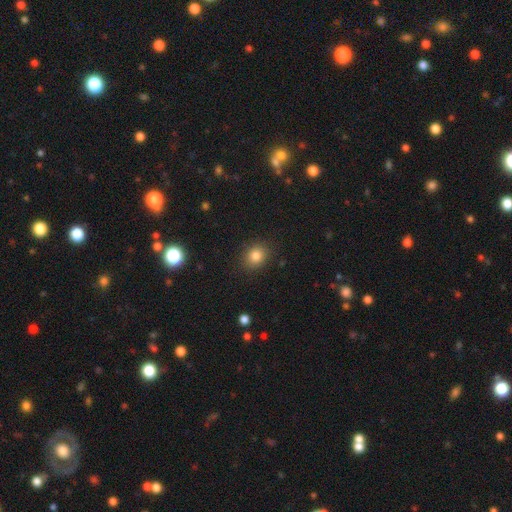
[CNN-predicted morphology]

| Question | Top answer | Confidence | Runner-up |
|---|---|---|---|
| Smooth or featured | smooth | 82% | star or artifact (12%) |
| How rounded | round | 62% | in between (37%) |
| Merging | none | 86% | minor disturbance (10%) |